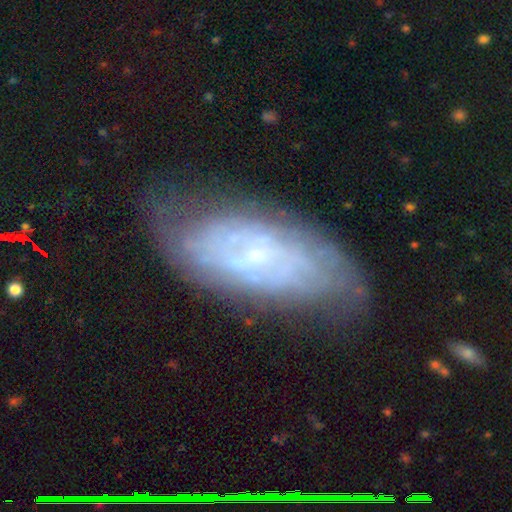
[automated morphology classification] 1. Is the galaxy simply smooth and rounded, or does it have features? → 69% featured or disk, 23% smooth, 9% star or artifact.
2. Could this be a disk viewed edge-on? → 89% no, 11% yes.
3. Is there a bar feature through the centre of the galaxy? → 58% no, 34% weak, 8% strong.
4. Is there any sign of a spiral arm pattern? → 75% yes, 25% no.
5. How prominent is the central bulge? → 76% small, 14% moderate, 8% none, 1% large, 1% dominant.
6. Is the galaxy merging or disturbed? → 65% none, 24% minor disturbance, 9% major disturbance, 2% merger.